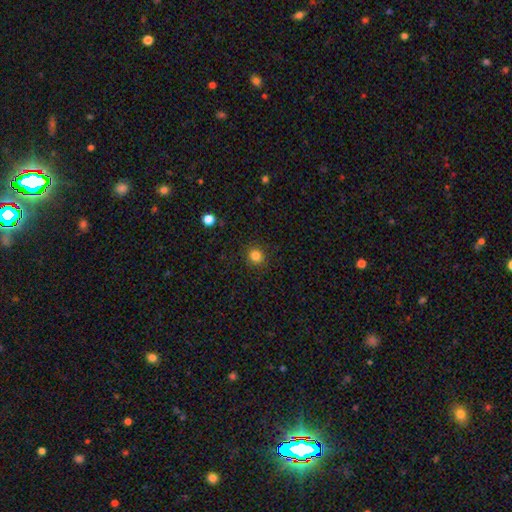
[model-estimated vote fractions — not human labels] The model was most divided on "smooth or featured": smooth: 84%, star or artifact: 12%, featured or disk: 4%. More confident: merging — none (91%); how rounded — round (90%).